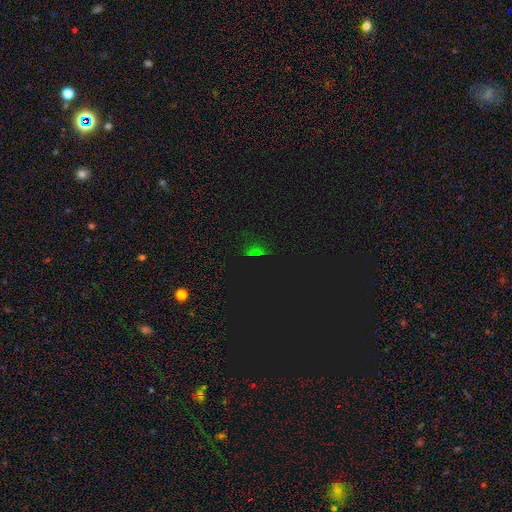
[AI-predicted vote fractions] This appears to be a star or artifact, not a galaxy (67%).